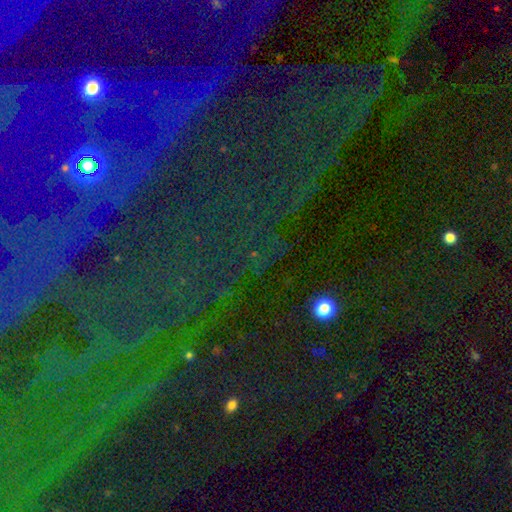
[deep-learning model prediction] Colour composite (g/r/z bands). It shows a star or artifact, not a galaxy (73%).